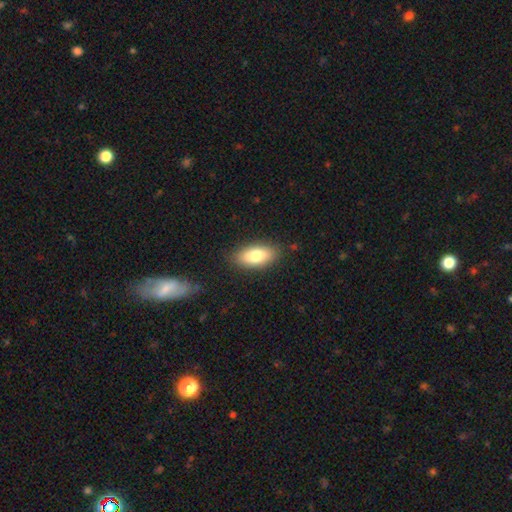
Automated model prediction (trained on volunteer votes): Overall: smooth (77%). How rounded: in between (87%). Merging: none (86%).